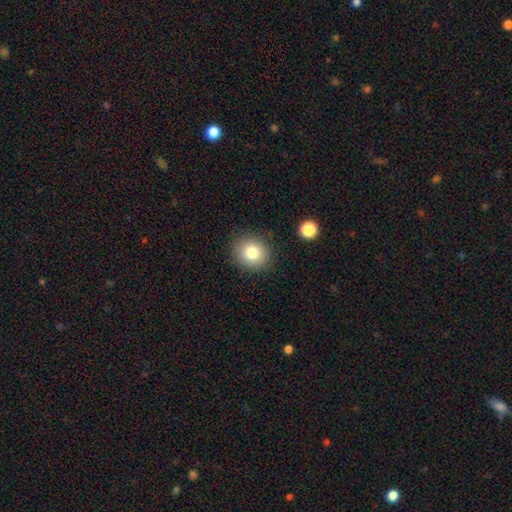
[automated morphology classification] This appears to be a smooth galaxy with no disk features (76%) that is round (87%). Merging: none (92%).